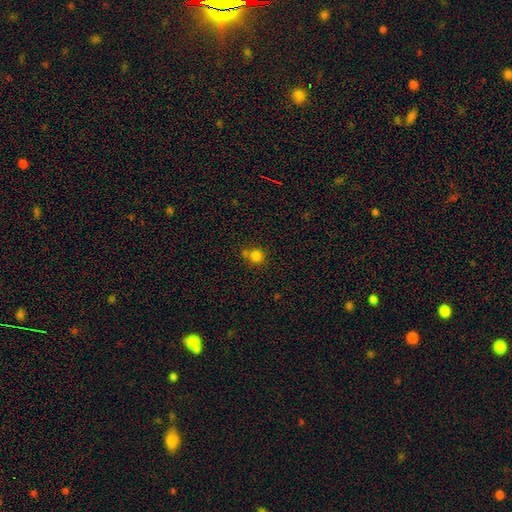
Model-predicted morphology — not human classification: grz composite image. It shows a smooth galaxy with no disk features (80%) that is round (89%). Merging: none (58%).